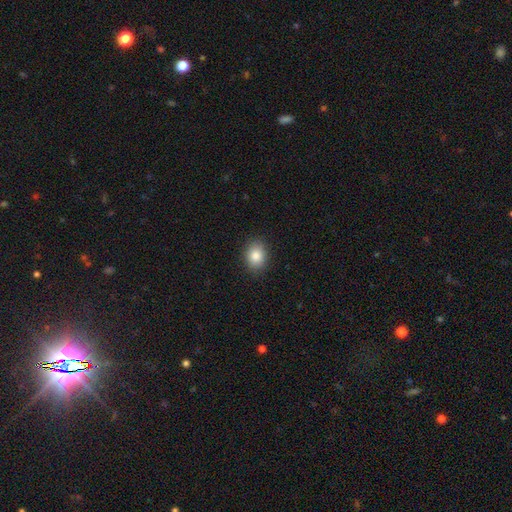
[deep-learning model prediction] The model was most divided on "how rounded": in between: 57%, round: 42%, cigar-shaped: 1%. More confident: merging — none (88%); smooth or featured — smooth (85%).